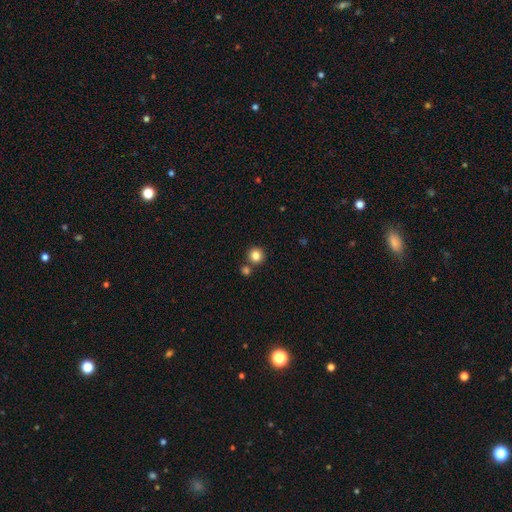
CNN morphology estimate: This is clearly a smooth galaxy (83%). How rounded: clearly round (93%). Merging: likely none (77%).